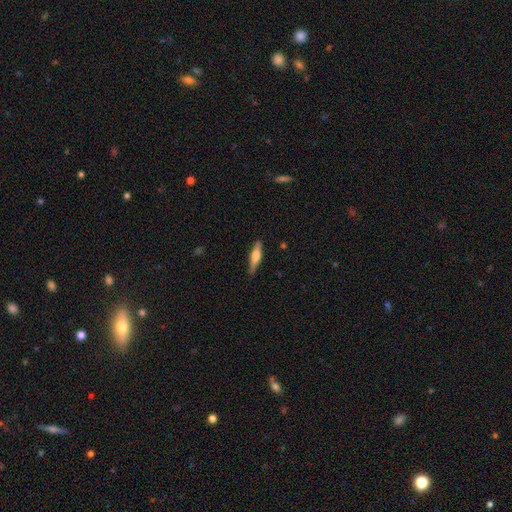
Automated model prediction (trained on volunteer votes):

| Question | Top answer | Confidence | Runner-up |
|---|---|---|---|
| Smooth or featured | smooth | 52% | featured or disk (42%) |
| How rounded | cigar-shaped | 79% | in between (19%) |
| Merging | none | 85% | minor disturbance (12%) |